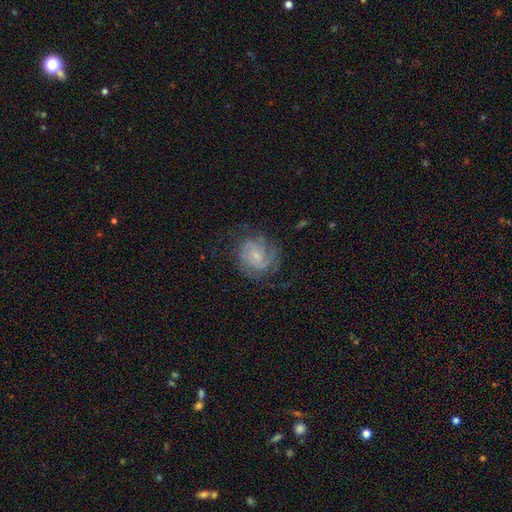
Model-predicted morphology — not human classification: Smooth or featured? featured or disk (76%)
Edge-on disk? no (98%)
Bar? no (62%)
Spiral arms? yes (93%)
Spiral winding? tight (55%)
Spiral arm count? 2 (40%)
Bulge size? small (73%)
Merging? none (70%)